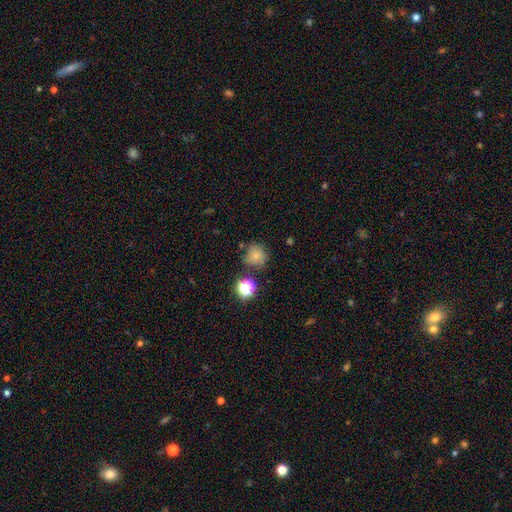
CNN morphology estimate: type=smooth (70%); roundness=round (88%); merging=none (70%).